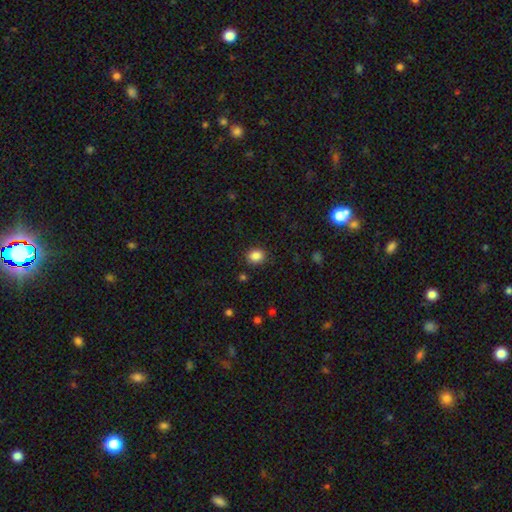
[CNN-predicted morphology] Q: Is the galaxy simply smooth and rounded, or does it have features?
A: smooth — 86%.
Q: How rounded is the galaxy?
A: round — 68%.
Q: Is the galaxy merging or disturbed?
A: none — 89%.